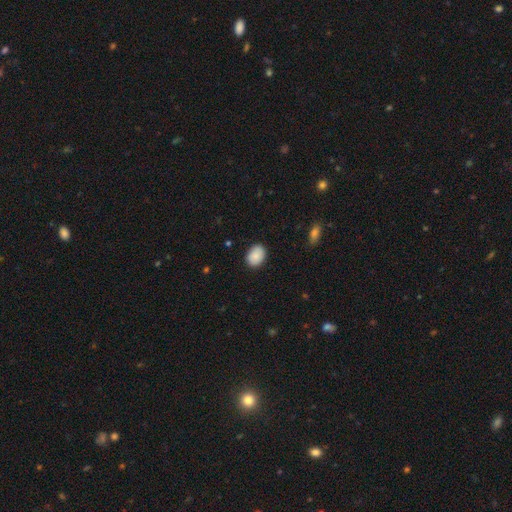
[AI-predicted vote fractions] Morphology: type=smooth (88%); roundness=in between (72%); merging=none (85%).